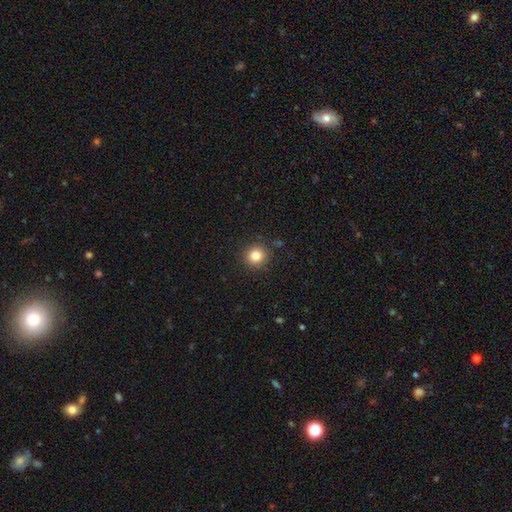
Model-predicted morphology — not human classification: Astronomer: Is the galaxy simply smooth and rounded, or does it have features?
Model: smooth — 82%.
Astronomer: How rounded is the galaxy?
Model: round — 94%.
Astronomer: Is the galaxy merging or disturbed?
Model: none — 90%.